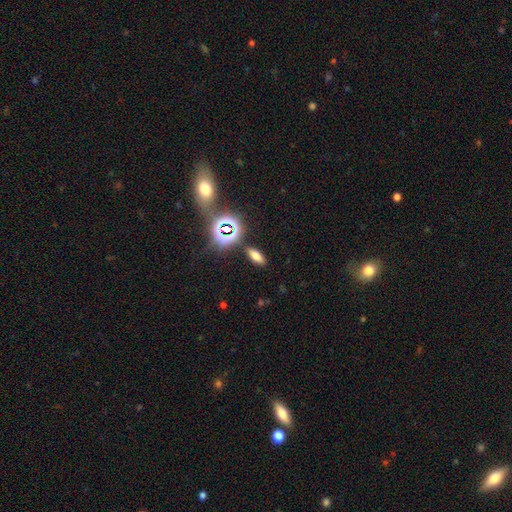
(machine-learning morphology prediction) smooth-or-featured: smooth: 62% | star or artifact: 27% | featured or disk: 11%
  how-rounded: in between: 72% | cigar-shaped: 21% | round: 7%
  merging: none: 86% | minor disturbance: 8% | merger: 3% | major disturbance: 3%